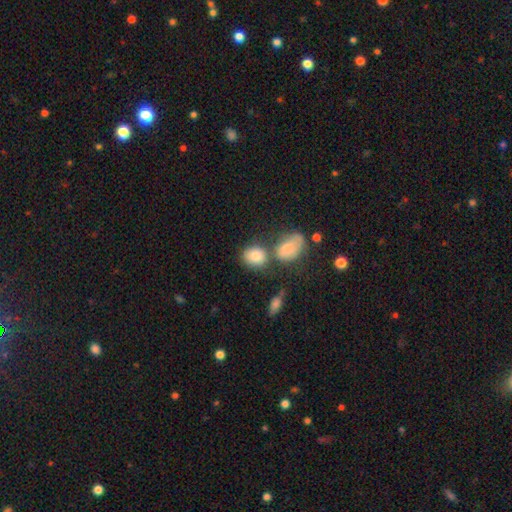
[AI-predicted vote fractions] A smooth galaxy with no disk features (80%) that is in between round and cigar-shaped (50%).

Vote fractions:
- Smooth or featured? smooth: 80% / featured or disk: 10% / star or artifact: 10%
- How rounded? in between: 50% / round: 48% / cigar-shaped: 1%
- Merging? none: 54% / merger: 26% / minor disturbance: 14% / major disturbance: 6%